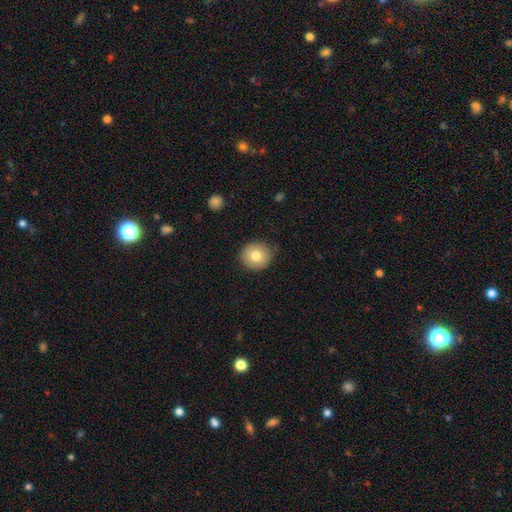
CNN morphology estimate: Smooth or featured: smooth — 78% (featured or disk — 14%)
How rounded: round — 90% (in between — 9%)
Merging: none — 85% (minor disturbance — 11%)